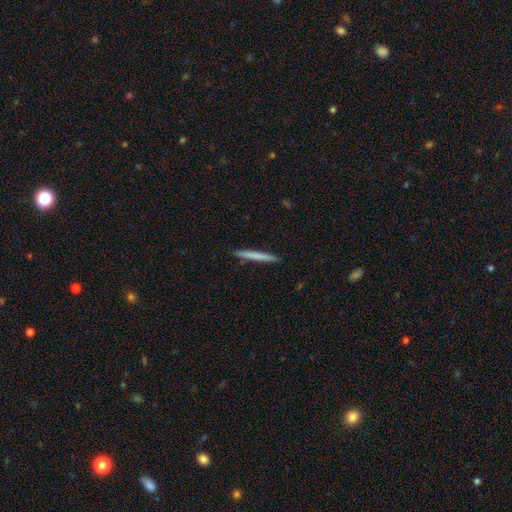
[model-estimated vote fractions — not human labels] Smooth or featured: smooth — 70% (featured or disk — 25%)
How rounded: cigar-shaped — 97% (in between — 2%)
Merging: none — 92% (minor disturbance — 5%)